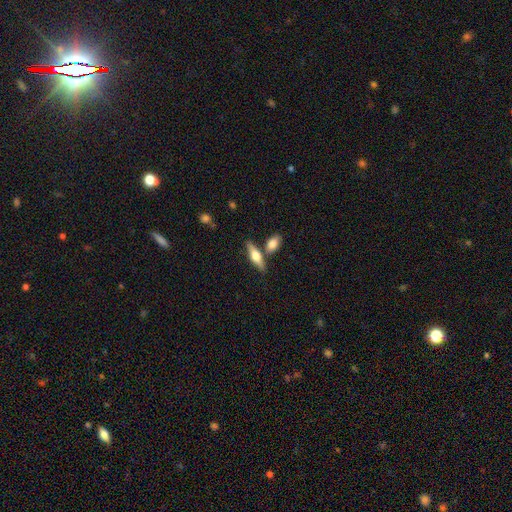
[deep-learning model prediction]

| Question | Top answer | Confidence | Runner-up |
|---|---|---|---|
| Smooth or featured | smooth | 48% | featured or disk (46%) |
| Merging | none | 68% | merger (19%) |